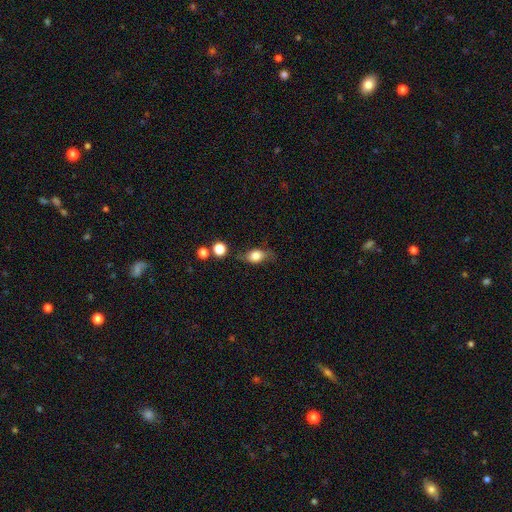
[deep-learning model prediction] smooth-or-featured: smooth: 71% | featured or disk: 20% | star or artifact: 9%
  how-rounded: in between: 73% | round: 21% | cigar-shaped: 6%
  merging: none: 63% | minor disturbance: 24% | major disturbance: 9% | merger: 4%